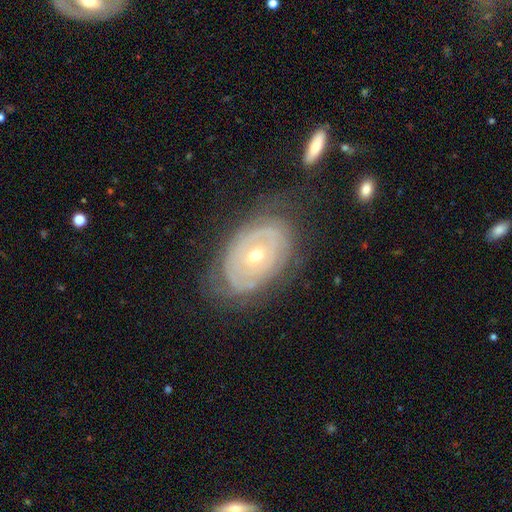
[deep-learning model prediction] The model was most divided on "bulge size": small: 52%, moderate: 45%, large: 2%, dominant: 1%, none: 1%. More confident: edge-on disk — no (94%); bar — no (82%); smooth or featured — featured or disk (76%); merging — none (69%); spiral arms — yes (63%).